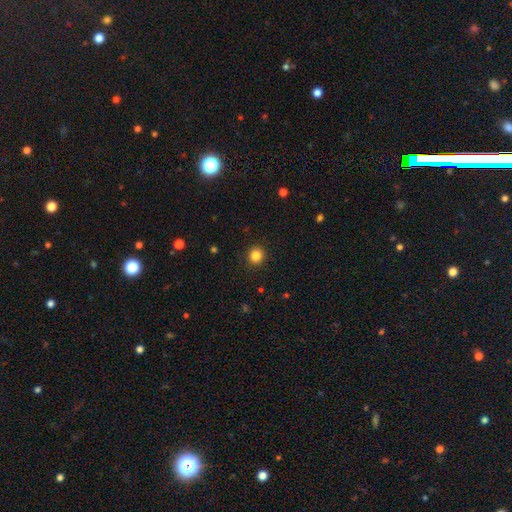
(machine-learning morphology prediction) smooth_or_featured: smooth (p=0.84) [alt: star or artifact p=0.11]
how_rounded: round (p=0.91) [alt: in between p=0.08]
merging: none (p=0.92) [alt: minor disturbance p=0.05]